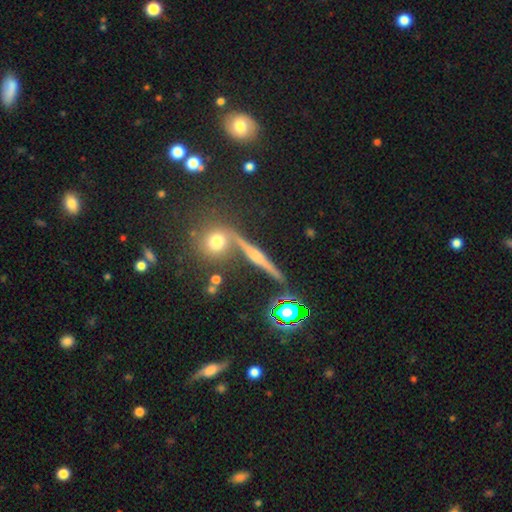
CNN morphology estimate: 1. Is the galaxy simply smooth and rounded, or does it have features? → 60% featured or disk, 23% smooth, 17% star or artifact.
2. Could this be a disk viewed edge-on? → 93% yes, 7% no.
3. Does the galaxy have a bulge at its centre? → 70% rounded, 17% none, 13% boxy.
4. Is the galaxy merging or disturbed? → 79% none, 10% minor disturbance, 7% merger, 4% major disturbance.